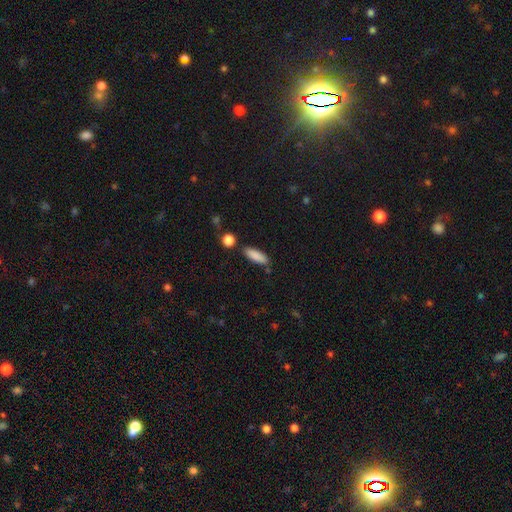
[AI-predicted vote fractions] Morphology: type=smooth (87%); roundness=in between (59%); merging=none (80%).